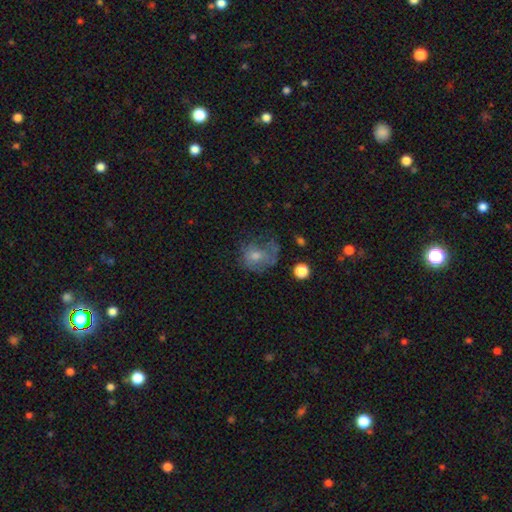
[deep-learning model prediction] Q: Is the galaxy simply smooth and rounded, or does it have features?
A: smooth — 48%.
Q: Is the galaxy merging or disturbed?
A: none — 40%.